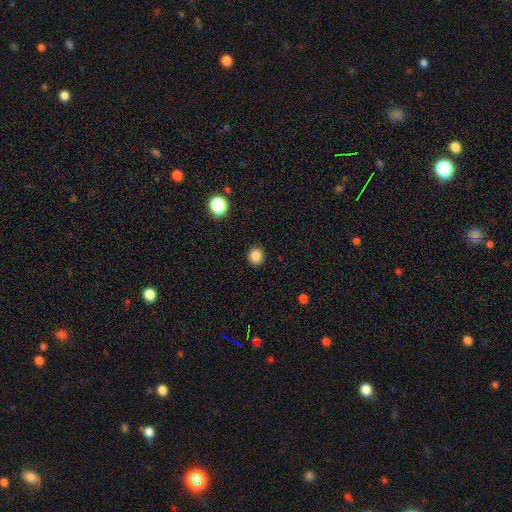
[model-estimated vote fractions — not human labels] The model was most divided on "how rounded": round: 85%, in between: 14%, cigar-shaped: 1%. More confident: merging — none (91%); smooth or featured — smooth (85%).